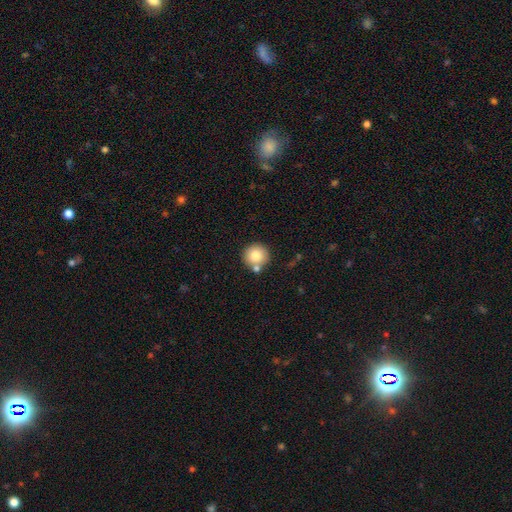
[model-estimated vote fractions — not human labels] Q: Smooth or featured?
A: smooth (78%); runner-up: featured or disk (12%)
Q: How rounded?
A: round (93%); runner-up: in between (6%)
Q: Merging?
A: none (72%); runner-up: merger (17%)